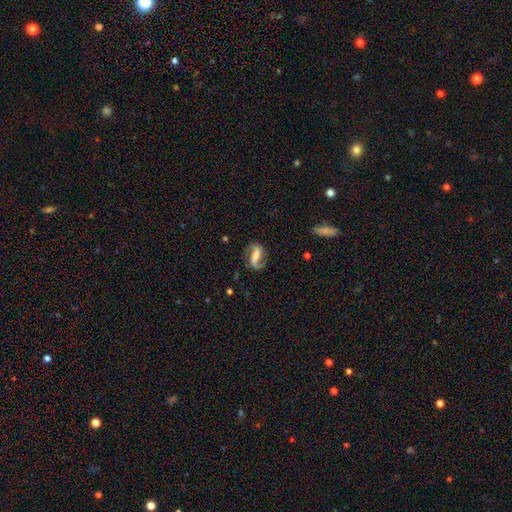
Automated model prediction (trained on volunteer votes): Morphology: type=featured or disk (82%); edge-on=no (97%); bar=strong (50%); spiral arms=yes (95%); winding=medium (44%); arm count=2 (89%); bulge=none (34%); merging=none (73%).